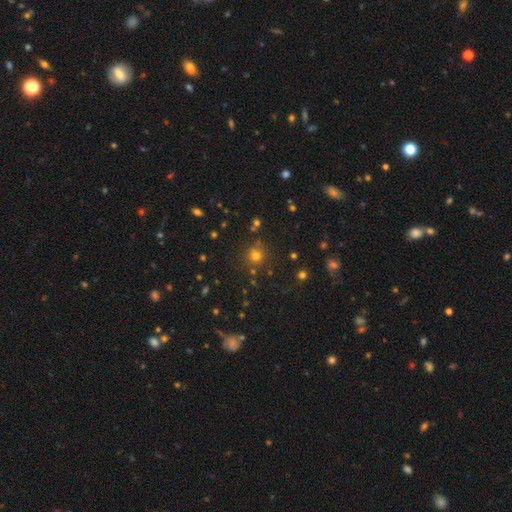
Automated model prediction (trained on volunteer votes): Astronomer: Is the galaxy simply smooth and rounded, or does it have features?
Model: smooth — 71%.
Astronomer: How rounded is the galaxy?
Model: round — 92%.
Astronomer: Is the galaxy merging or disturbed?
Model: none — 83%.